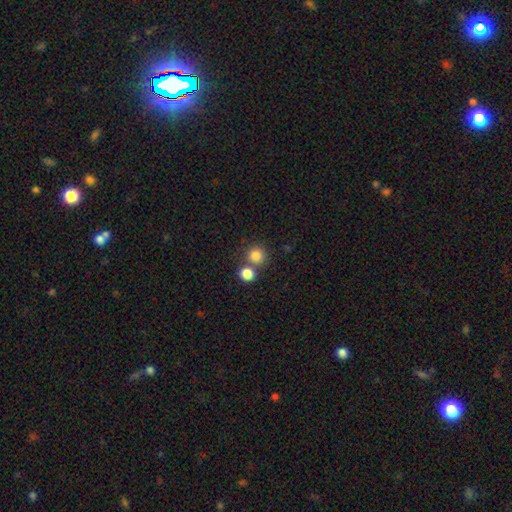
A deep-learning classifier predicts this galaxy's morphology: The model was most divided on "merging": none: 64%, merger: 26%, minor disturbance: 7%, major disturbance: 3%. More confident: how rounded — round (92%); smooth or featured — smooth (82%).